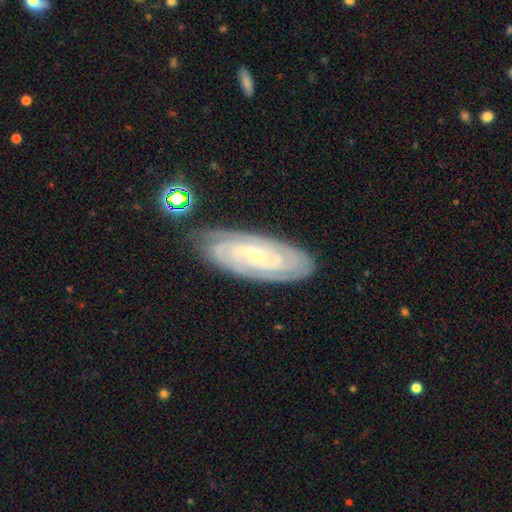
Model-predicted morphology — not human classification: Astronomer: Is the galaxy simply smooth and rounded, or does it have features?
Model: featured or disk — 87%.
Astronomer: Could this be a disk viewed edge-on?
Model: no — 93%.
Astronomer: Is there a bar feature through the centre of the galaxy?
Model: no — 53% (runner-up: weak, 33%).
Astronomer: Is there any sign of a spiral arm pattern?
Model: yes — 97%.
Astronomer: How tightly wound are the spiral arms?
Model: tight — 77%.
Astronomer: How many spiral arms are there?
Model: can't tell — 24% (runner-up: 3, 22%).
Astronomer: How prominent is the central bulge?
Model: small — 77%.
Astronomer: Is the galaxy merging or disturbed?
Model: none — 82%.